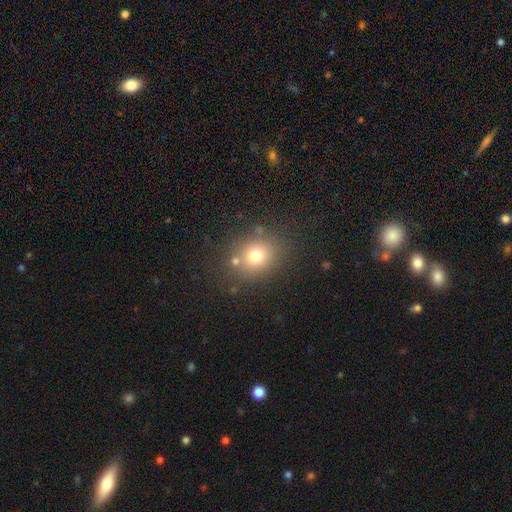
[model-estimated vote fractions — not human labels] This is likely a smooth galaxy (74%). How rounded: likely round (70%). Merging: likely none (77%).